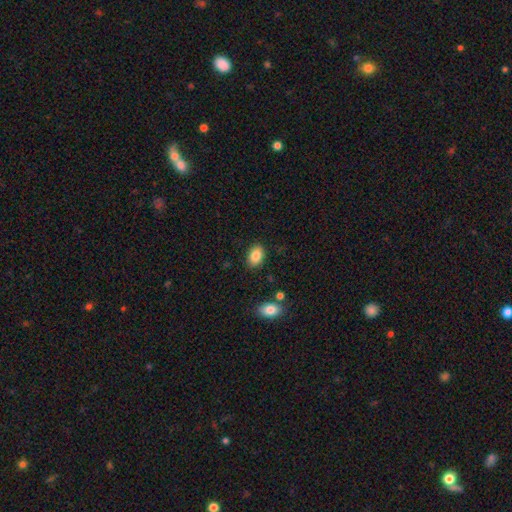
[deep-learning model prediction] The model was most divided on "how rounded": in between: 87%, round: 12%, cigar-shaped: 1%. More confident: merging — none (86%); smooth or featured — smooth (86%).